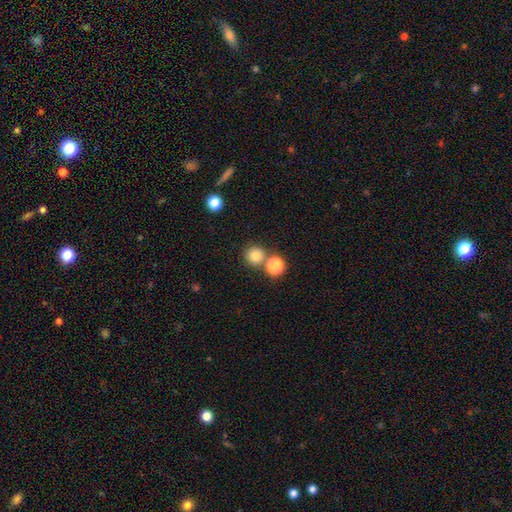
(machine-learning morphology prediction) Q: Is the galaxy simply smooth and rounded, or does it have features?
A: smooth — 80%.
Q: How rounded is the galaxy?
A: round — 93%.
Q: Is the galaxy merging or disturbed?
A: none — 69%.